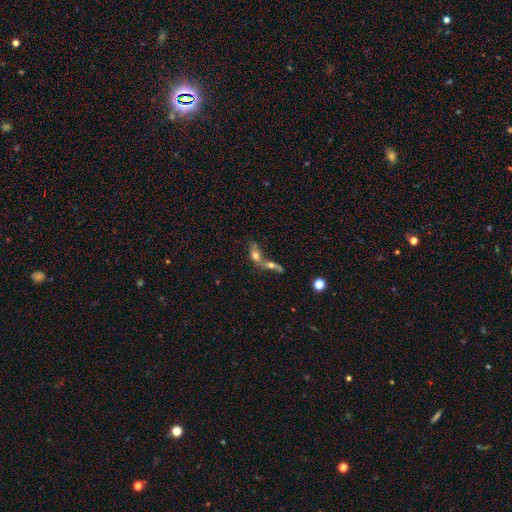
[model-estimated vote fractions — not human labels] A smooth galaxy with no disk features (57%) that is in between round and cigar-shaped (61%). Merging: merger (75%).